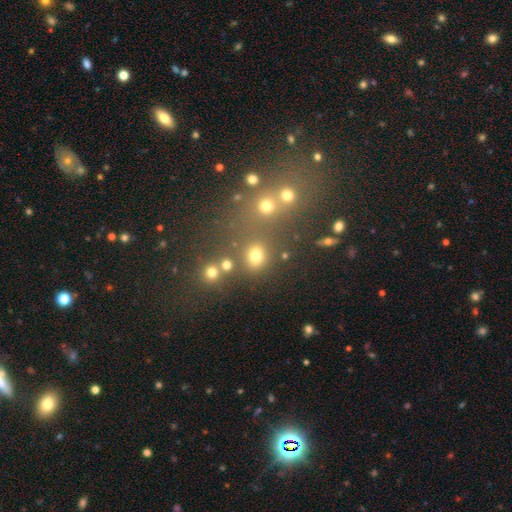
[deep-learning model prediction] Overall: smooth (73%). How rounded: round (65%; in between 34%). Merging: none (71%).